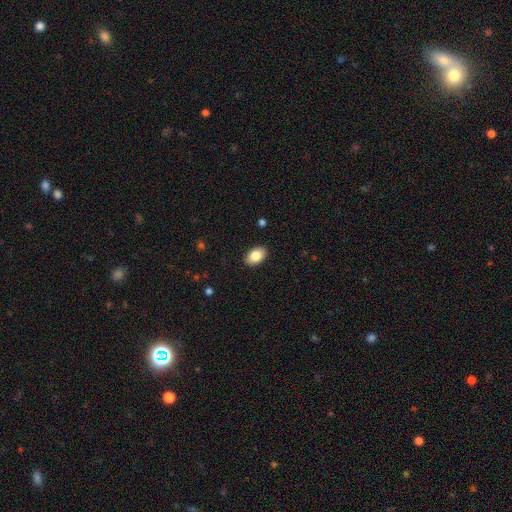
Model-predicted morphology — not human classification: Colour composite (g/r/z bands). It shows a smooth galaxy with no disk features (85%) that is in between round and cigar-shaped (90%). Merging: none (90%).